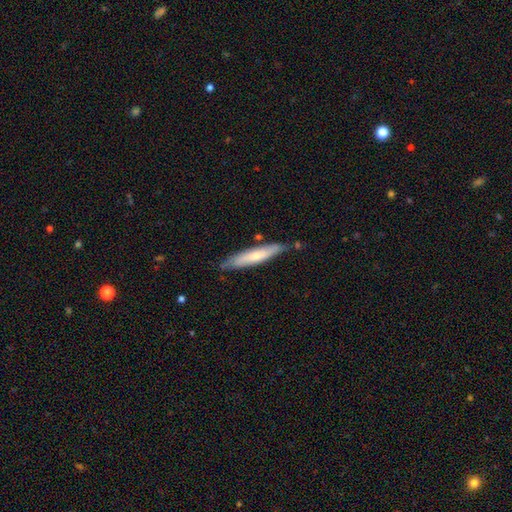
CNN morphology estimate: The model was most divided on "smooth or featured": smooth: 56%, featured or disk: 39%, star or artifact: 5%. More confident: how rounded — cigar-shaped (87%); merging — none (78%).